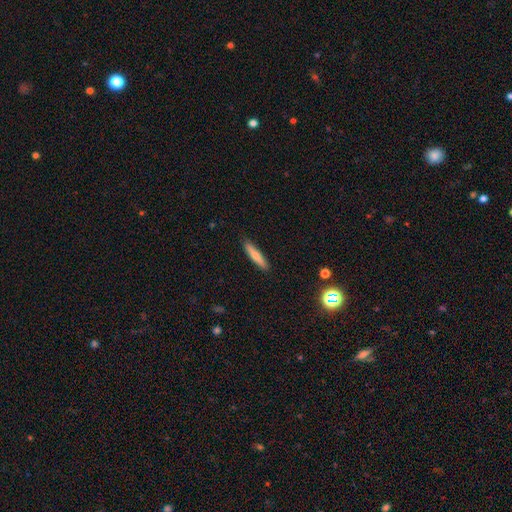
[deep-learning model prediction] Morphology: type=smooth (68%); roundness=cigar-shaped (87%); merging=none (90%).